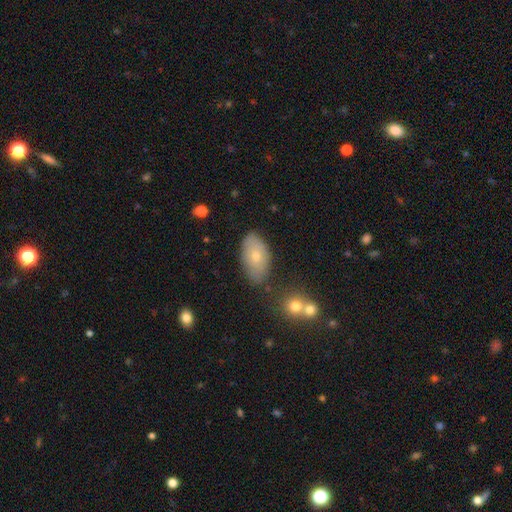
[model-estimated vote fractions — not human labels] A smooth galaxy with no disk features (67%) that is in between round and cigar-shaped (92%). Merging: none (70%).